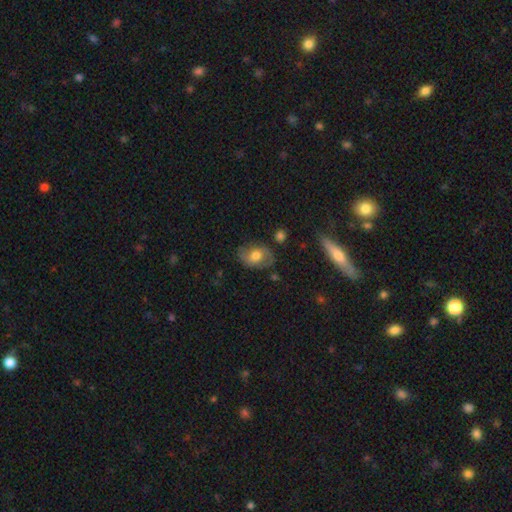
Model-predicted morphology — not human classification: Smooth or featured? Predicted: smooth (p=0.58). How rounded? Predicted: in between (p=0.78). Merging? Predicted: none (p=0.71).